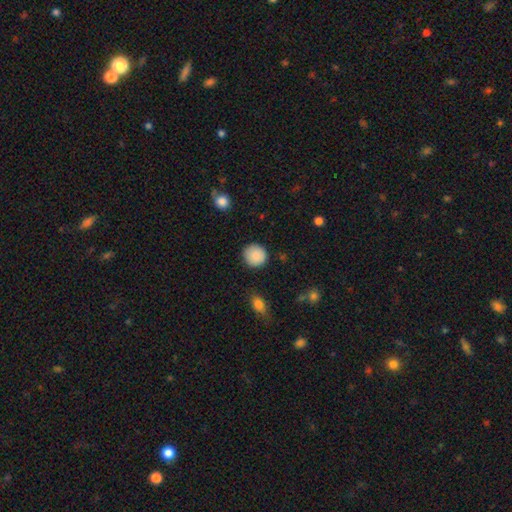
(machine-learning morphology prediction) Smooth or featured? Predicted: smooth (p=0.89). How rounded? Predicted: round (p=0.91). Merging? Predicted: none (p=0.88).